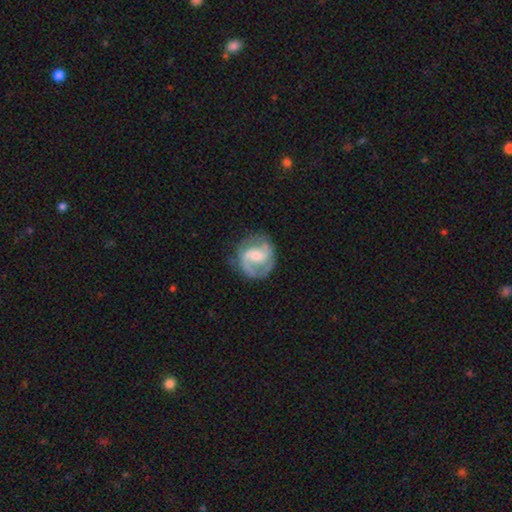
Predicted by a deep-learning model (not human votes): smooth-or-featured: featured or disk: 79% | smooth: 15% | star or artifact: 5%
  disk-edge-on: no: 98% | yes: 2%
    bar: weak: 49% | no: 36% | strong: 16%
    has-spiral-arms: yes: 93% | no: 7%
      spiral-winding: medium: 51% | tight: 27% | loose: 22%
      spiral-arm-count: 2: 78% | can't tell: 8% | 1: 5% | 3: 5% | 4: 1% | more than 4: 1%
    bulge-size: moderate: 49% | small: 43% | large: 4% | none: 3% | dominant: 1%
  merging: none: 73% | minor disturbance: 17% | major disturbance: 9% | merger: 1%